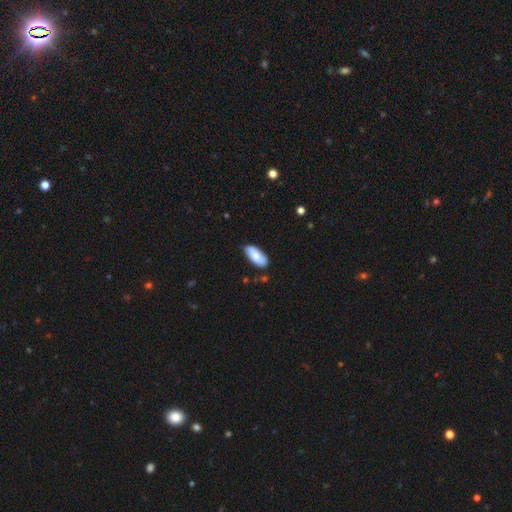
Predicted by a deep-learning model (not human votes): Morphology: type=smooth (79%); roundness=in between (90%); merging=none (77%).